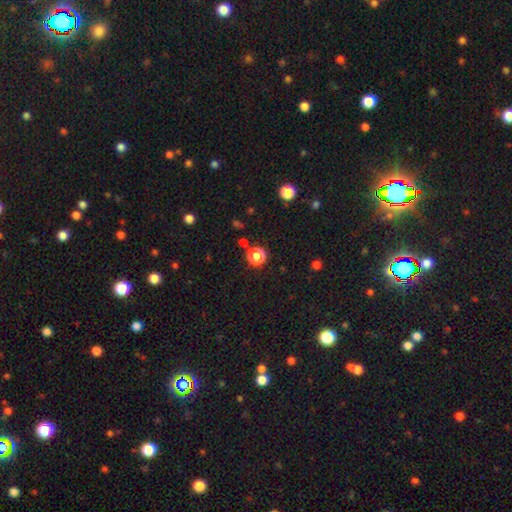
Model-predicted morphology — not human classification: smooth_or_featured: smooth (p=0.71) [alt: star or artifact p=0.24]
how_rounded: round (p=0.88) [alt: in between p=0.10]
merging: none (p=0.83) [alt: minor disturbance p=0.08]